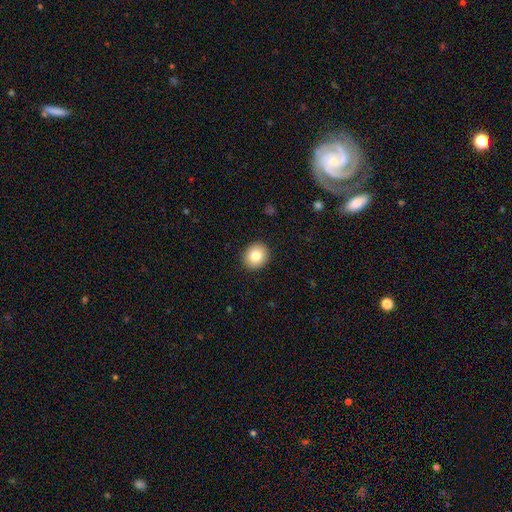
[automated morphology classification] smooth-or-featured: smooth: 82% | star or artifact: 9% | featured or disk: 9%
  how-rounded: round: 77% | in between: 22% | cigar-shaped: 1%
  merging: none: 91% | minor disturbance: 6% | major disturbance: 2% | merger: 1%